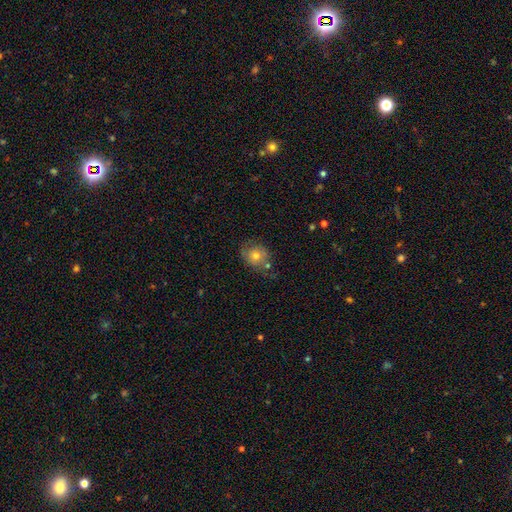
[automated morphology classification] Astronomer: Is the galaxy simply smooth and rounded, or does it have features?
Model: smooth — 70%.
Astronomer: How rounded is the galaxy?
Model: round — 67%.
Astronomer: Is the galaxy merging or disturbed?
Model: none — 62%.